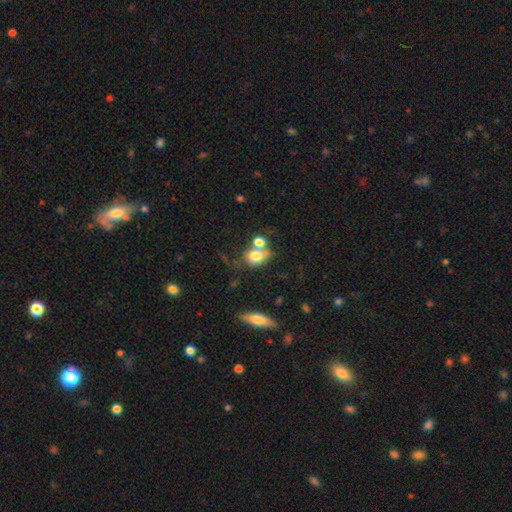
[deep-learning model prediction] Morphology: type=smooth (75%); roundness=round (53%); merging=merger (41%).